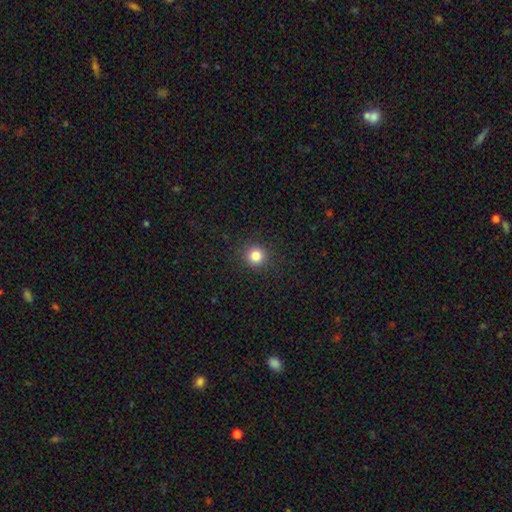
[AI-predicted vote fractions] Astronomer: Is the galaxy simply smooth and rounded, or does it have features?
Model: smooth — 83%.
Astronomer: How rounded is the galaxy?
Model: round — 94%.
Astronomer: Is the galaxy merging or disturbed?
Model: none — 91%.